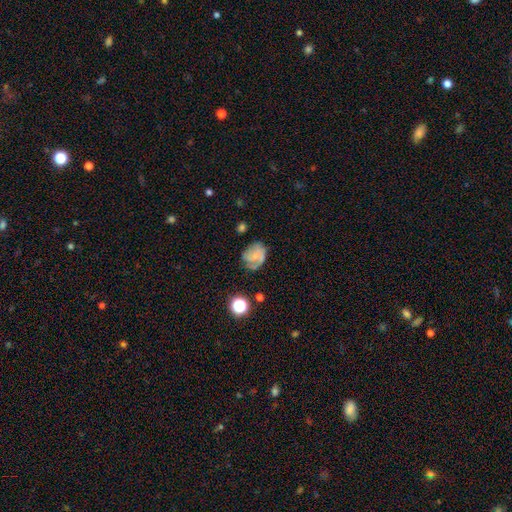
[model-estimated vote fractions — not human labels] featured or disk 51%, smooth 38%, star or artifact 11%. Down the decision tree: edge-on disk — no (98%); merging — none (53%).